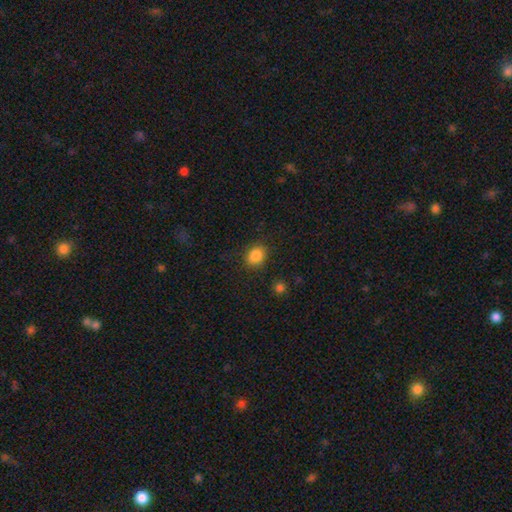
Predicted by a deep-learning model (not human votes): smooth 85%, star or artifact 10%, featured or disk 5%. Down the decision tree: how rounded — round (55%); merging — none (84%).